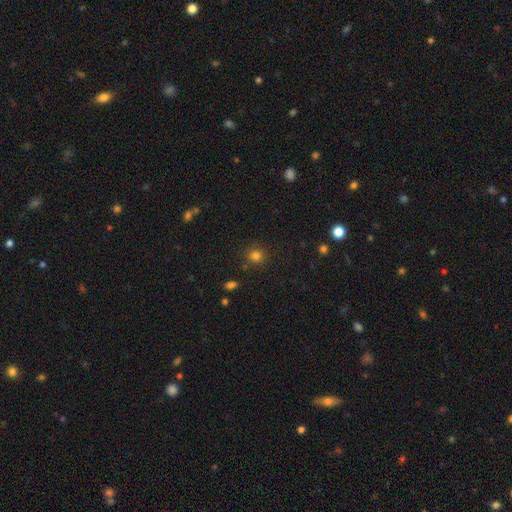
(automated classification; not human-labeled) A smooth galaxy with no disk features (79%) that is round (88%).

Vote fractions:
- Smooth or featured? smooth: 79% / star or artifact: 15% / featured or disk: 5%
- How rounded? round: 88% / in between: 11% / cigar-shaped: 1%
- Merging? none: 85% / minor disturbance: 9% / merger: 3% / major disturbance: 3%